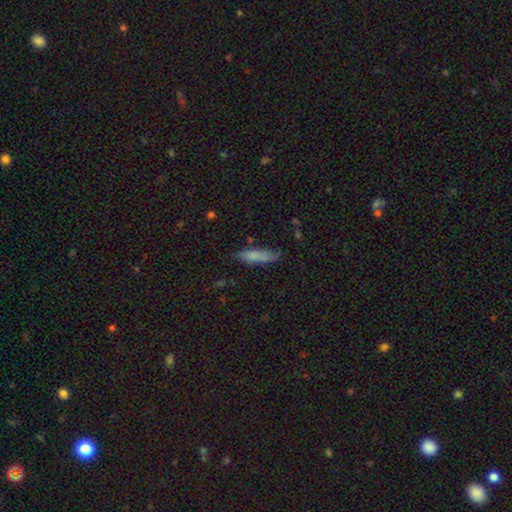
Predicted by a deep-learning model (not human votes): Smooth or featured? Predicted: smooth (p=0.79). How rounded? Predicted: cigar-shaped (p=0.64). Merging? Predicted: none (p=0.69).